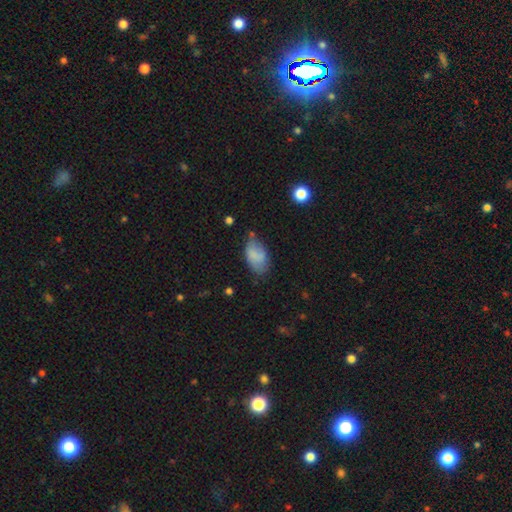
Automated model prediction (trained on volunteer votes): Smooth or featured: smooth — 75% (featured or disk — 17%)
How rounded: in between — 93% (round — 5%)
Merging: none — 52% (minor disturbance — 34%)